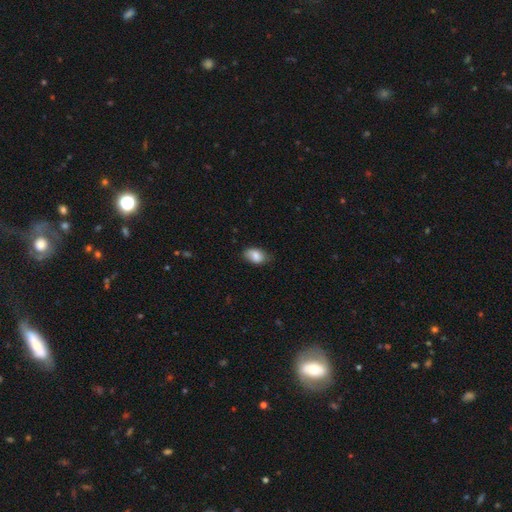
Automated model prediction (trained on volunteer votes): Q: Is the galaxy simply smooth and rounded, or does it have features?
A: smooth — 82%.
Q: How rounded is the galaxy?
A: in between — 89%.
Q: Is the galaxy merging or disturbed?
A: none — 72%.